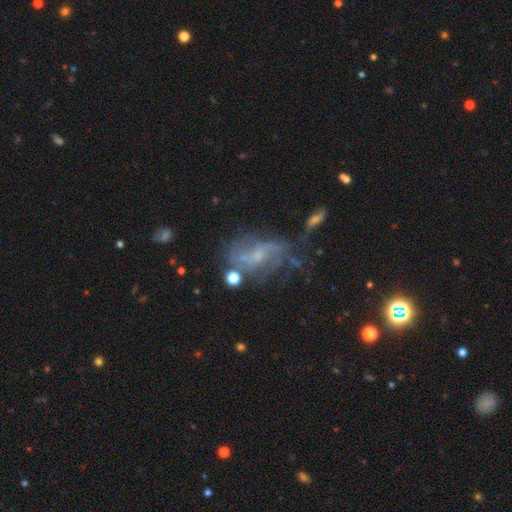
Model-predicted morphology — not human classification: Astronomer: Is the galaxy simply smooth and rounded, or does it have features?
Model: featured or disk — 70%.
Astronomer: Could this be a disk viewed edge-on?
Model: no — 95%.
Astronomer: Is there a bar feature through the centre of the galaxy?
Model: no — 48% (runner-up: weak, 41%).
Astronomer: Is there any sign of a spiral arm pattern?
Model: yes — 76%.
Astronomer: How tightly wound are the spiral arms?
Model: loose — 48% (runner-up: medium, 35%).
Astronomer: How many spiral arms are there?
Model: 2 — 44% (runner-up: can't tell, 32%).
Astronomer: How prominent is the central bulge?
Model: small — 62%.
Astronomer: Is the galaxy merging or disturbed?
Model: none — 45% (runner-up: major disturbance, 23%).